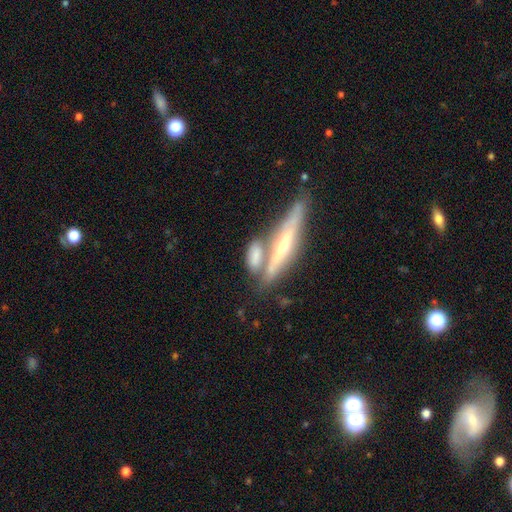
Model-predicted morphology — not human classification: Smooth or featured: smooth — 51% (featured or disk — 41%)
How rounded: cigar-shaped — 52% (in between — 42%)
Merging: none — 44% (merger — 35%)